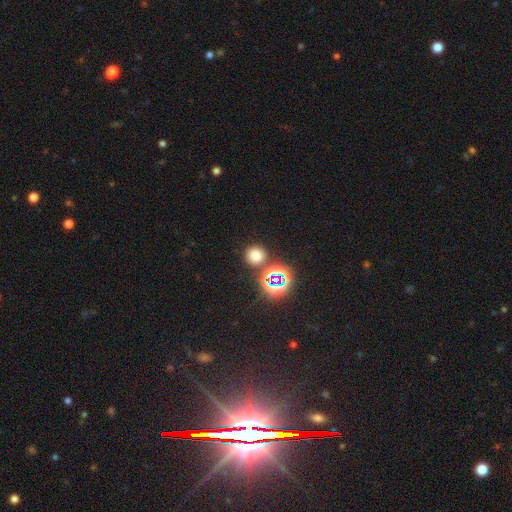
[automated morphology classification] Overall: smooth (65%; star or artifact 28%). How rounded: round (91%). Merging: none (81%).